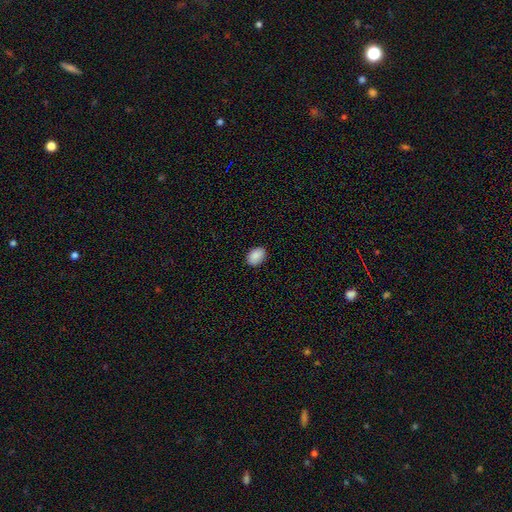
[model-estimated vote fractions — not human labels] This appears to be a smooth galaxy with no disk features (89%) that is in between round and cigar-shaped (85%). Merging: none (88%).